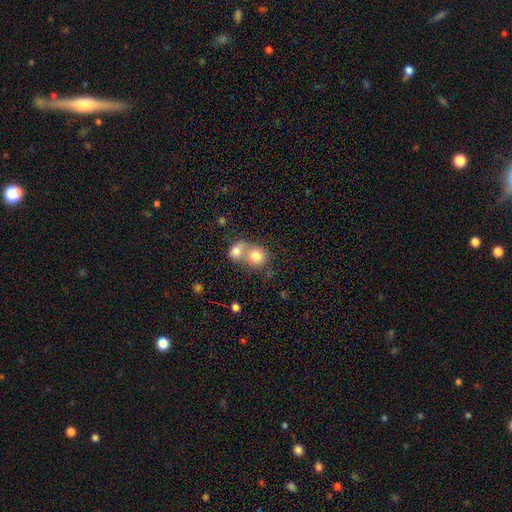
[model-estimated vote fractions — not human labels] Smooth or featured?
  - smooth: 78% *
  - featured or disk: 13%
  - star or artifact: 9%
How rounded?
  - round: 75% *
  - in between: 24%
  - cigar-shaped: 1%
Merging?
  - merger: 67% *
  - none: 24%
  - minor disturbance: 6%
  - major disturbance: 4%